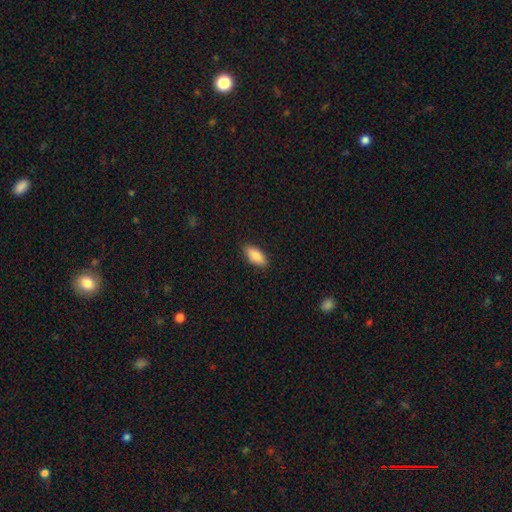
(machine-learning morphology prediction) A smooth galaxy with no disk features (88%) that is in between round and cigar-shaped (87%).

Vote fractions:
- Smooth or featured? smooth: 88% / star or artifact: 6% / featured or disk: 5%
- How rounded? in between: 87% / cigar-shaped: 11% / round: 2%
- Merging? none: 87% / minor disturbance: 10% / major disturbance: 2% / merger: 1%